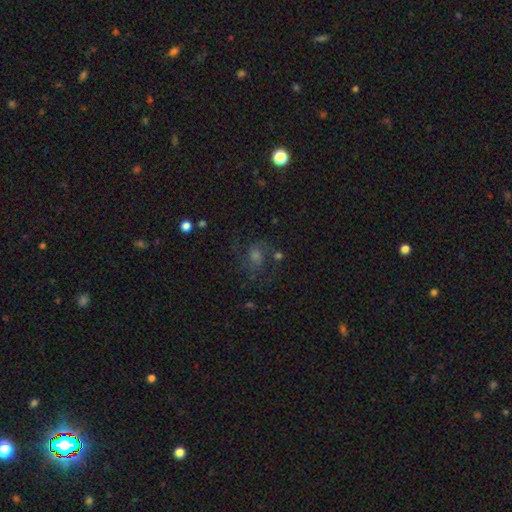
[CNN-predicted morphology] A featured or disk galaxy (45%). Merging: none (65%).